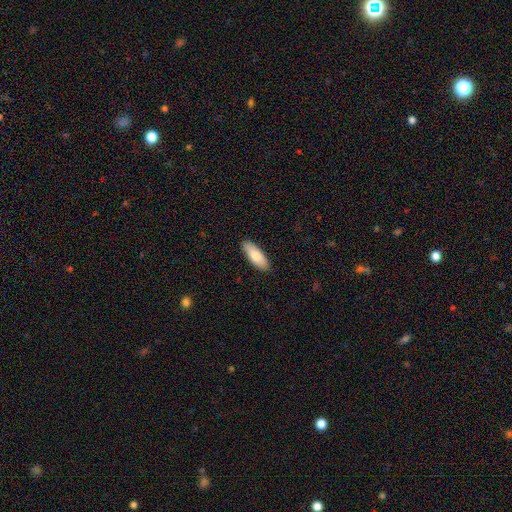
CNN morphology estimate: smooth_or_featured: smooth (p=0.82) [alt: featured or disk p=0.13]
how_rounded: in between (p=0.64) [alt: cigar-shaped p=0.34]
merging: none (p=0.88) [alt: minor disturbance p=0.09]